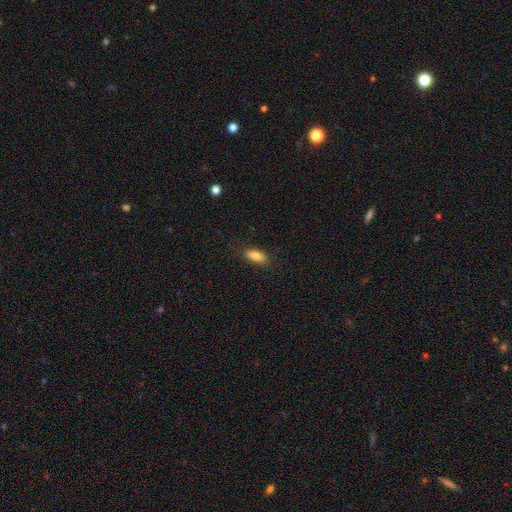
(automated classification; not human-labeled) This is clearly a smooth galaxy (84%). How rounded: clearly in between (81%). Merging: clearly none (82%).